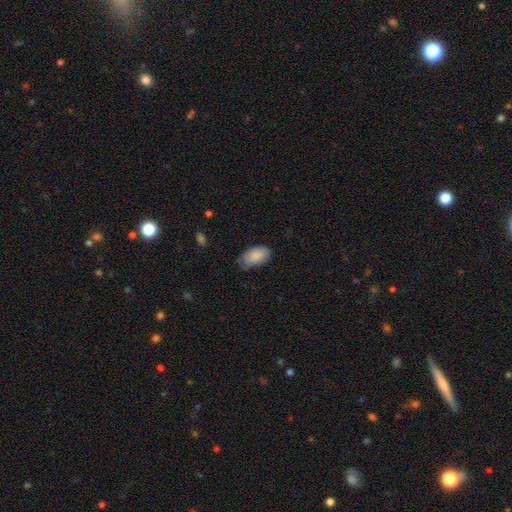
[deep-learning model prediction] A smooth galaxy with no disk features (87%) that is in between round and cigar-shaped (94%).

Vote fractions:
- Smooth or featured? smooth: 87% / featured or disk: 7% / star or artifact: 6%
- How rounded? in between: 94% / round: 4% / cigar-shaped: 2%
- Merging? none: 64% / minor disturbance: 29% / major disturbance: 5% / merger: 1%